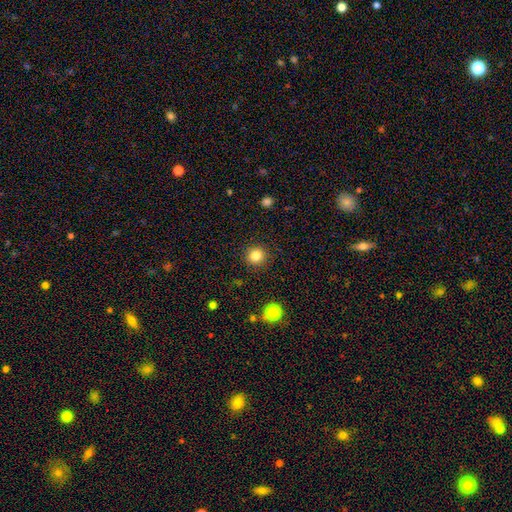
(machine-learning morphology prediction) Smooth or featured? Predicted: smooth (p=0.83). How rounded? Predicted: round (p=0.93). Merging? Predicted: none (p=0.91).